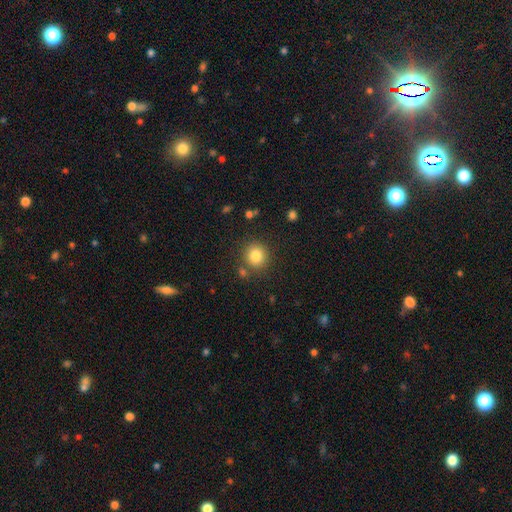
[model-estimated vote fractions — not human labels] This is clearly a smooth galaxy (84%). How rounded: clearly round (89%). Merging: clearly none (82%).